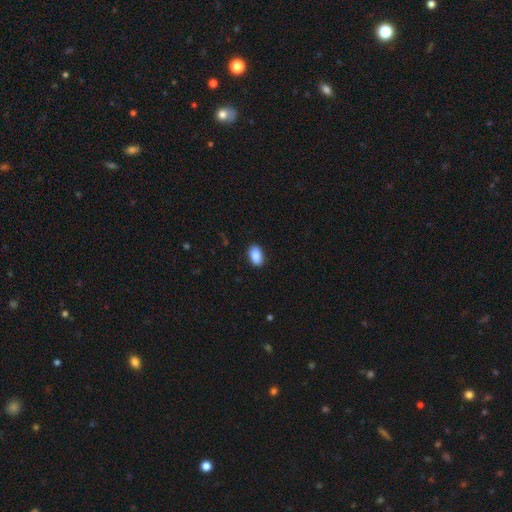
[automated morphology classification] Smooth or featured? Predicted: smooth (p=0.89). How rounded? Predicted: in between (p=0.92). Merging? Predicted: none (p=0.88).